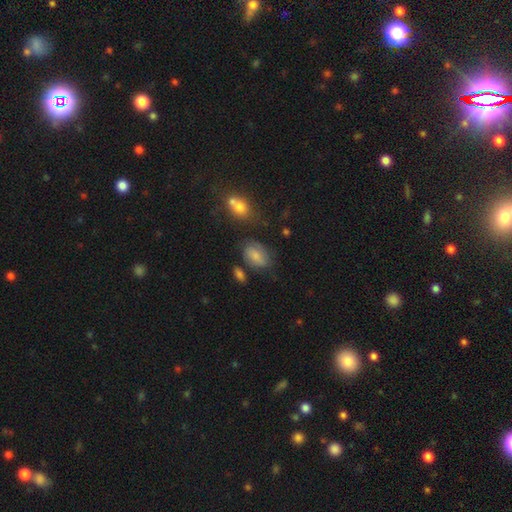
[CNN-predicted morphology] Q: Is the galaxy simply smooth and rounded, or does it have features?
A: smooth — 72%.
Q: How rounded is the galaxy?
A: in between — 85%.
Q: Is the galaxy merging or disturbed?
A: none — 63%.